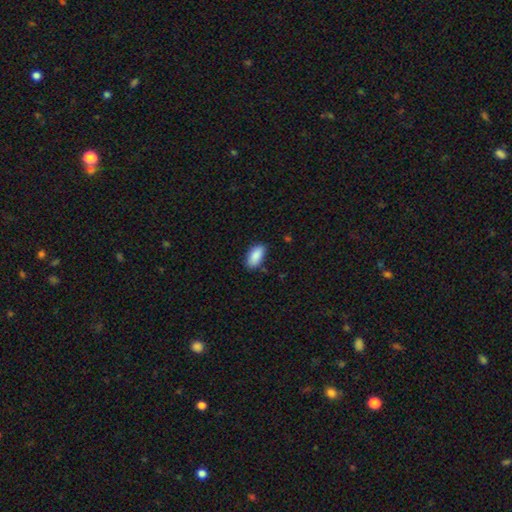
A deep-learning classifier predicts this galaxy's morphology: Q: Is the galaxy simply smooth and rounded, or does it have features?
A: smooth — 89%.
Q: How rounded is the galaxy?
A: in between — 92%.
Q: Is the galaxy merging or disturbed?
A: none — 81%.